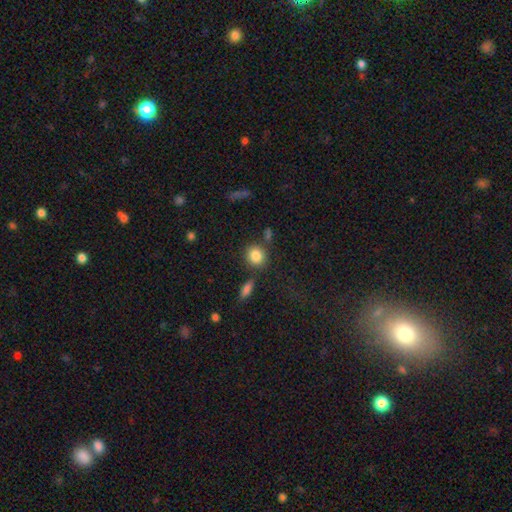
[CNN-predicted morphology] A smooth galaxy with no disk features (85%) that is round (80%).

Vote fractions:
- Smooth or featured? smooth: 85% / star or artifact: 9% / featured or disk: 6%
- How rounded? round: 80% / in between: 18% / cigar-shaped: 2%
- Merging? none: 75% / minor disturbance: 11% / merger: 10% / major disturbance: 4%